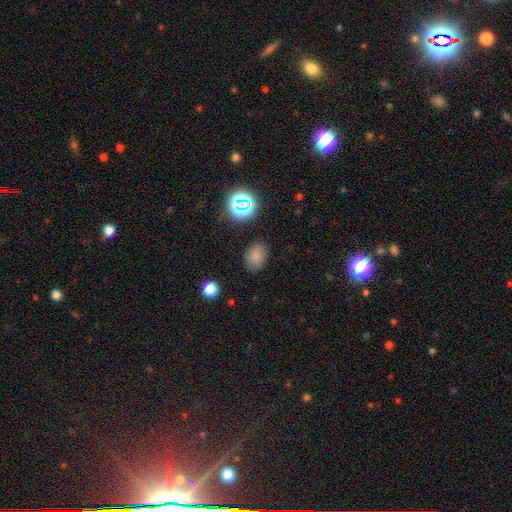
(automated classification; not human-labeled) Smooth or featured? Predicted: smooth (p=0.77). How rounded? Predicted: in between (p=0.75). Merging? Predicted: none (p=0.83).